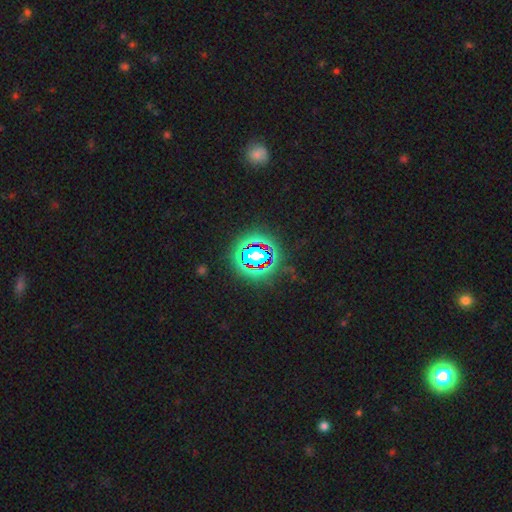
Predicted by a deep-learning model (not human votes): This is likely a star or artifact rather than a galaxy (71%).